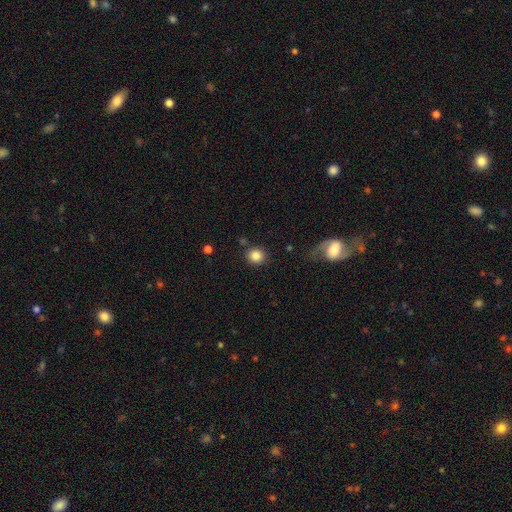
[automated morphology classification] smooth 85%, star or artifact 10%, featured or disk 5%. Down the decision tree: how rounded — round (86%); merging — none (84%).